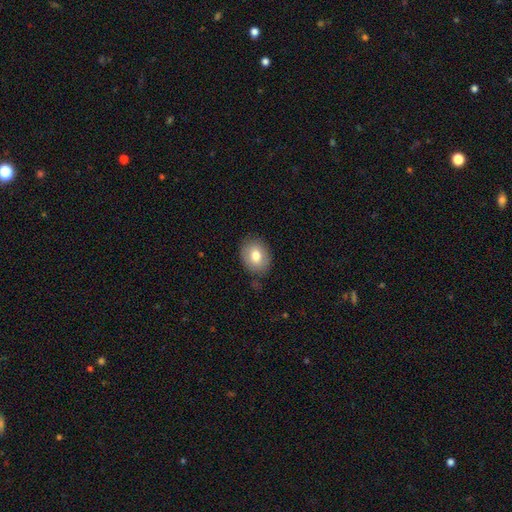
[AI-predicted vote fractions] A smooth galaxy with no disk features (75%) that is in between round and cigar-shaped (52%). Merging: none (81%).